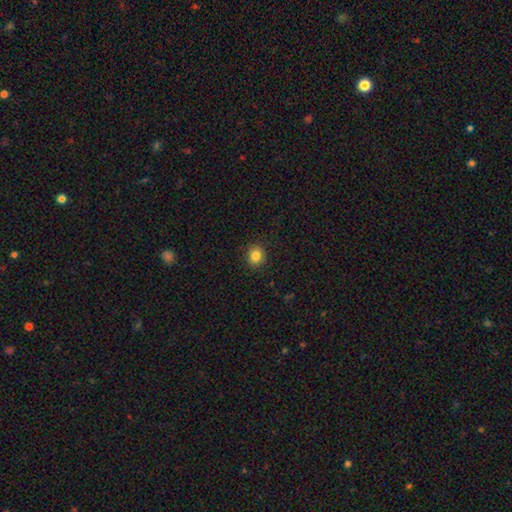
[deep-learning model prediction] This is clearly a smooth galaxy (84%). How rounded: likely round (78%). Merging: clearly none (90%).